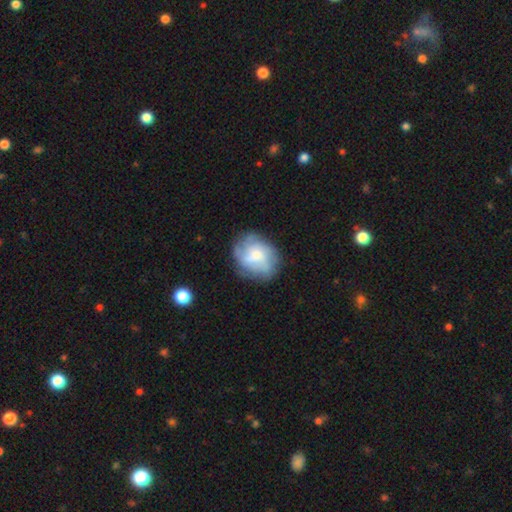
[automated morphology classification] type=featured or disk (54%); edge-on=no (97%); bar=no (62%); spiral arms=yes (78%); bulge=moderate (48%); merging=none (69%).